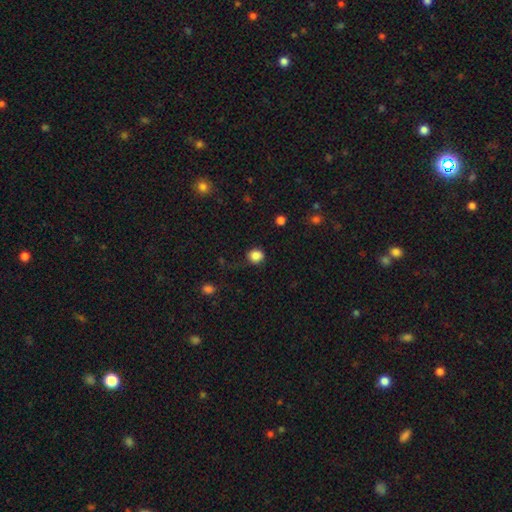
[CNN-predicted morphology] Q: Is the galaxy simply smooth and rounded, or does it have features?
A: smooth — 86%.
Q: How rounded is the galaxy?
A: round — 83%.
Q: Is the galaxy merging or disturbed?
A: none — 76%.